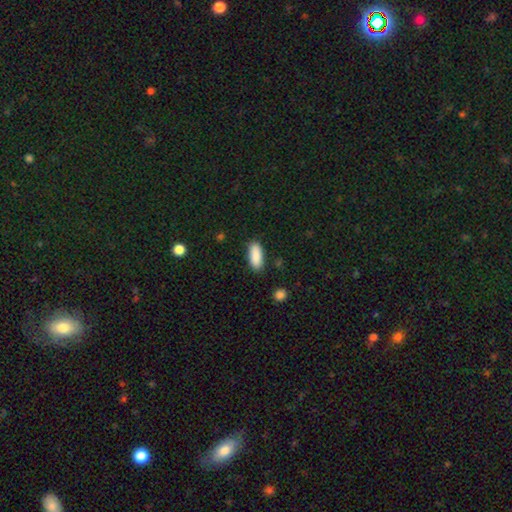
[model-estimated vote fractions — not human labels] This is clearly a smooth galaxy (90%). How rounded: likely in between (80%). Merging: clearly none (87%).